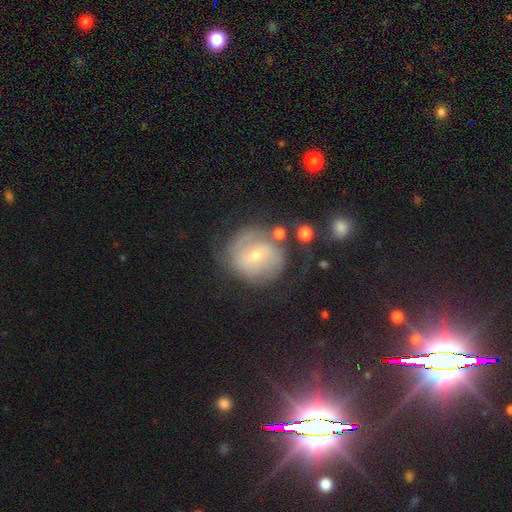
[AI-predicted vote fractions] Morphology: type=featured or disk (71%); edge-on=no (97%); bar=no (46%); spiral arms=yes (85%); winding=tight (54%); arm count=2 (43%); bulge=small (66%); merging=none (60%).